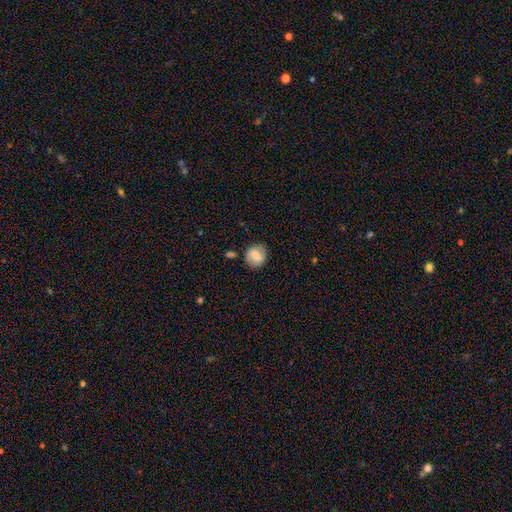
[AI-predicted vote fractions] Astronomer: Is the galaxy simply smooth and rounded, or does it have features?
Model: smooth — 70%.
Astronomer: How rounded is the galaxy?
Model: round — 77%.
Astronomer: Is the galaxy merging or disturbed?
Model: none — 77%.